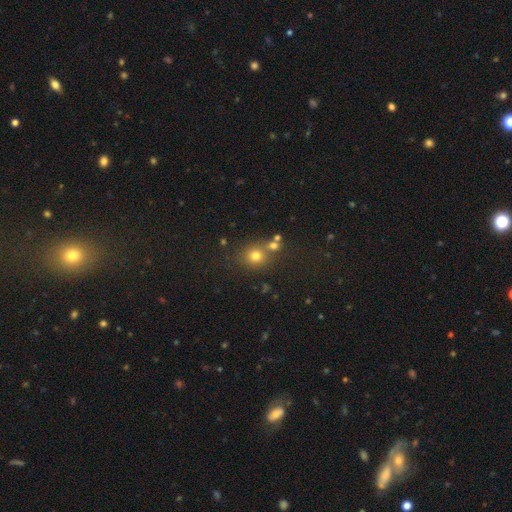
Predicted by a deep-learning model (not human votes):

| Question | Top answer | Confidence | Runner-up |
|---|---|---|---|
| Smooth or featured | smooth | 74% | star or artifact (17%) |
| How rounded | round | 84% | in between (15%) |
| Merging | none | 64% | merger (22%) |